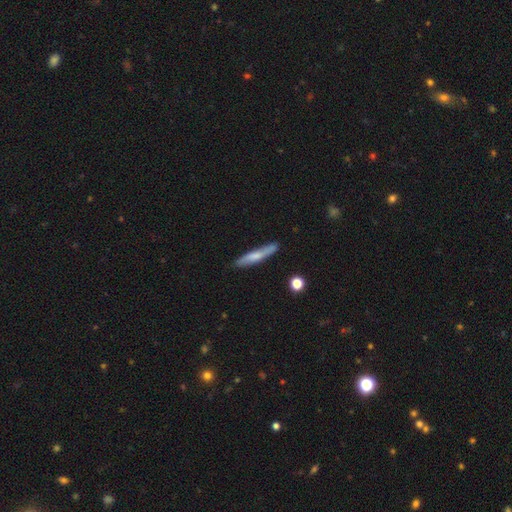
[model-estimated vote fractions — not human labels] smooth 59%, featured or disk 35%, star or artifact 6%. Down the decision tree: how rounded — cigar-shaped (92%); merging — none (81%).